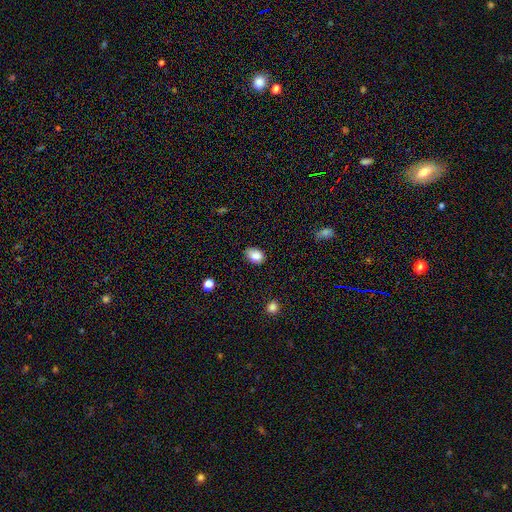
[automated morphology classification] Smooth or featured? Predicted: smooth (p=0.86). How rounded? Predicted: in between (p=0.77). Merging? Predicted: none (p=0.74).